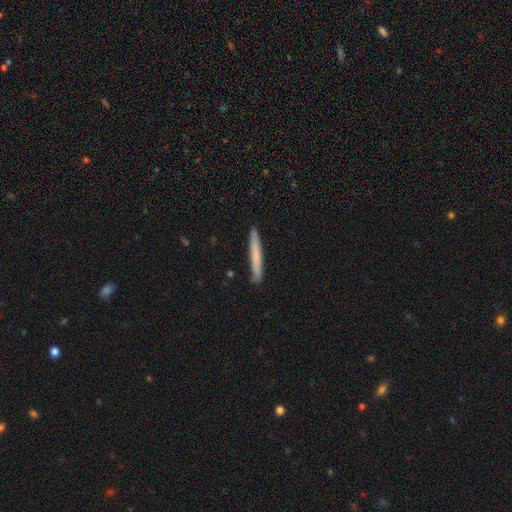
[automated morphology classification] type=smooth (70%); roundness=cigar-shaped (97%); merging=none (90%).